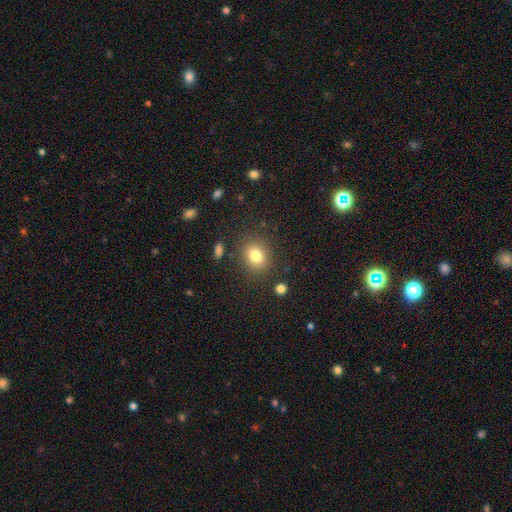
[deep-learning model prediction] Q: Smooth or featured?
A: smooth (80%); runner-up: star or artifact (12%)
Q: How rounded?
A: round (64%); runner-up: in between (35%)
Q: Merging?
A: none (84%); runner-up: minor disturbance (9%)